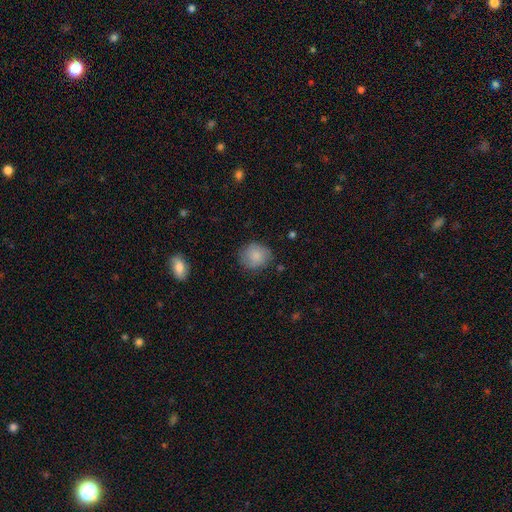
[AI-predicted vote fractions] smooth-or-featured: smooth: 85% | star or artifact: 7% | featured or disk: 7%
  how-rounded: round: 82% | in between: 17% | cigar-shaped: 1%
  merging: none: 79% | minor disturbance: 16% | major disturbance: 4% | merger: 2%